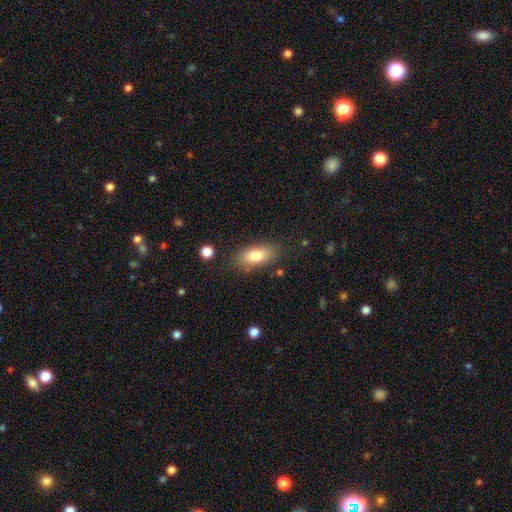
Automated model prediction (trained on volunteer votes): This is clearly a smooth galaxy (81%). How rounded: clearly in between (85%). Merging: clearly none (81%).